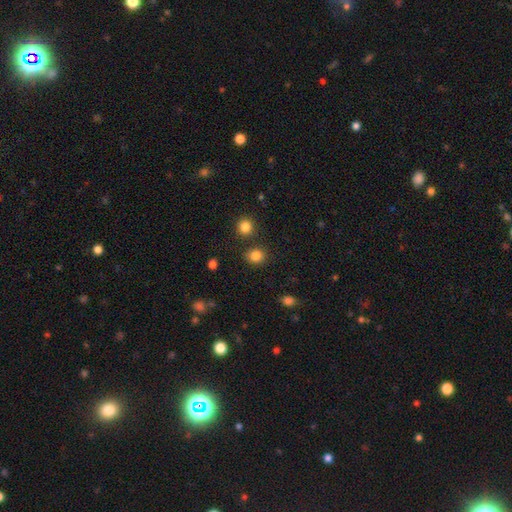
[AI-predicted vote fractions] Morphology: type=smooth (84%); roundness=round (78%); merging=none (81%).